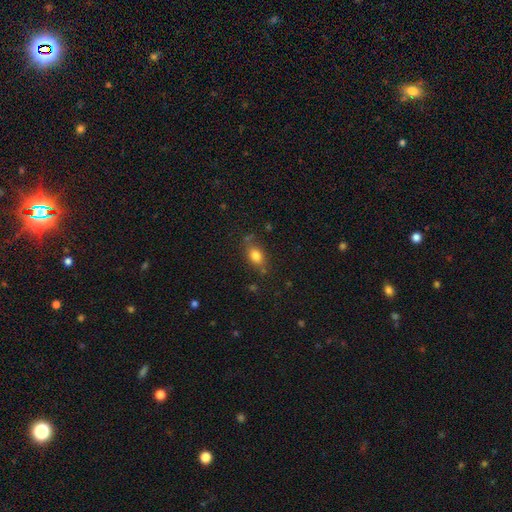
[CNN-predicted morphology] Overall: smooth (80%). How rounded: in between (75%). Merging: none (71%).